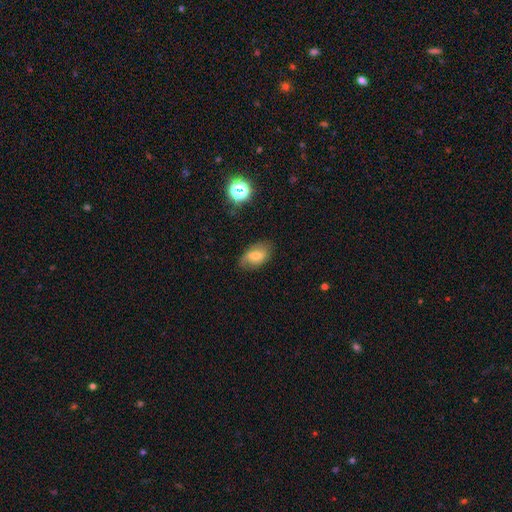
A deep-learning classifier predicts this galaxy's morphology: Smooth or featured: smooth — 55% (featured or disk — 34%)
How rounded: in between — 88% (round — 10%)
Merging: none — 67% (minor disturbance — 24%)